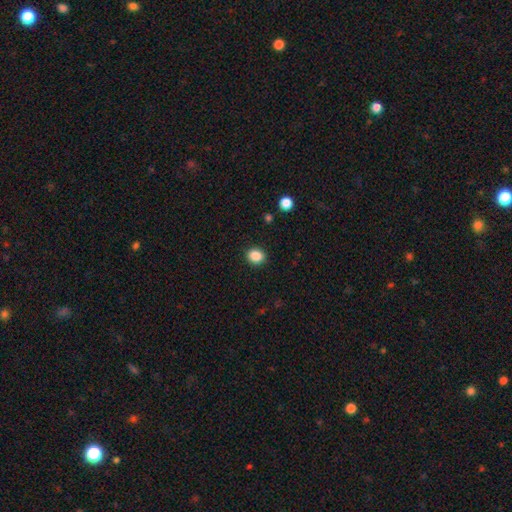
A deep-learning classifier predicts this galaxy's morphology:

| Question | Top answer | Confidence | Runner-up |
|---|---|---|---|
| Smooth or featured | smooth | 87% | star or artifact (10%) |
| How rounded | round | 65% | in between (34%) |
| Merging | none | 90% | minor disturbance (7%) |